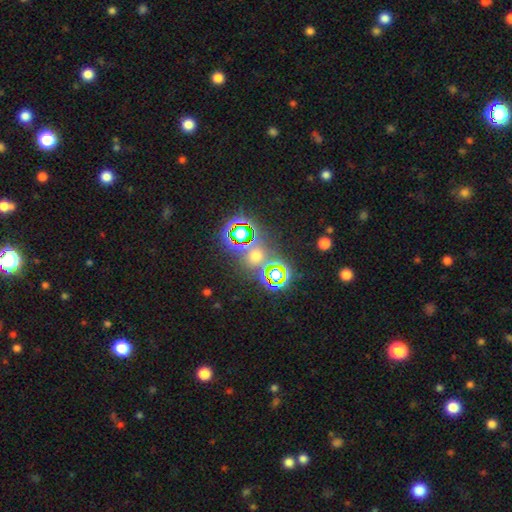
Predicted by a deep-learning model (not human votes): Overall: star or artifact (56%; smooth 34%).